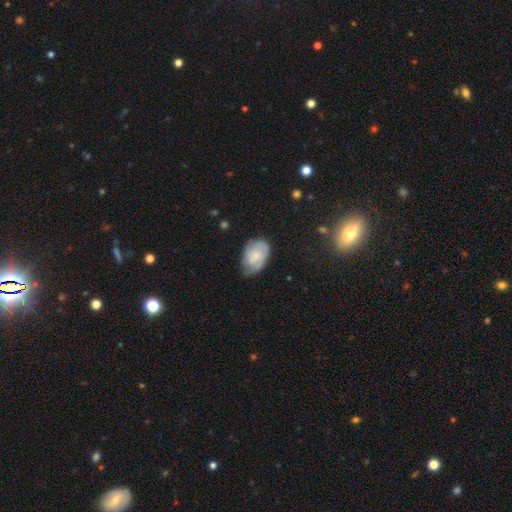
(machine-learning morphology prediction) Smooth or featured: featured or disk — 60% (smooth — 33%)
Edge-on disk: no — 97% (yes — 3%)
Bar: no — 69% (weak — 27%)
Spiral arms: yes — 90% (no — 10%)
Spiral winding: tight — 52% (medium — 36%)
Spiral arm count: 2 — 36% (can't tell — 31%)
Bulge size: small — 58% (moderate — 22%)
Merging: none — 59% (minor disturbance — 30%)